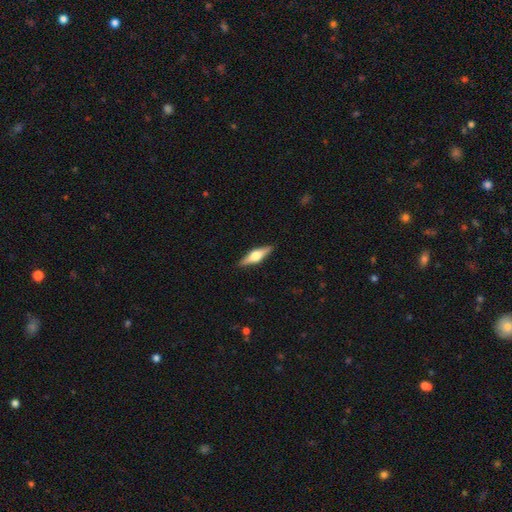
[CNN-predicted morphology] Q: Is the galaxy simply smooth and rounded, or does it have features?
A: featured or disk — 67%.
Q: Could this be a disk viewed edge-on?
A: yes — 97%.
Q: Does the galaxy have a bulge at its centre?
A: rounded — 92%.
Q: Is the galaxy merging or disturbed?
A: none — 90%.